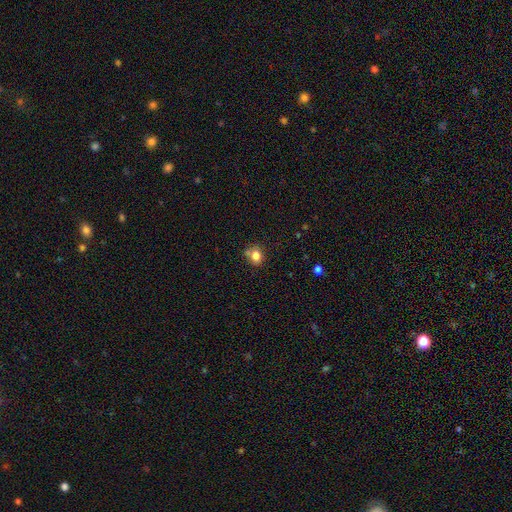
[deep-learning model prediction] Smooth or featured? Predicted: smooth (p=0.79). How rounded? Predicted: round (p=0.65). Merging? Predicted: none (p=0.61).